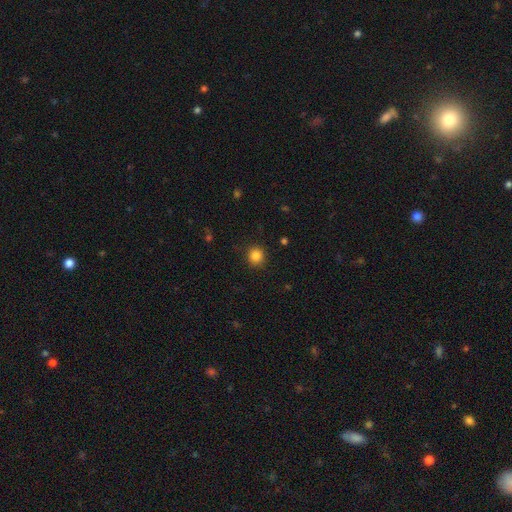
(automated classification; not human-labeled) Smooth or featured? smooth (85%)
How rounded? round (91%)
Merging? none (89%)